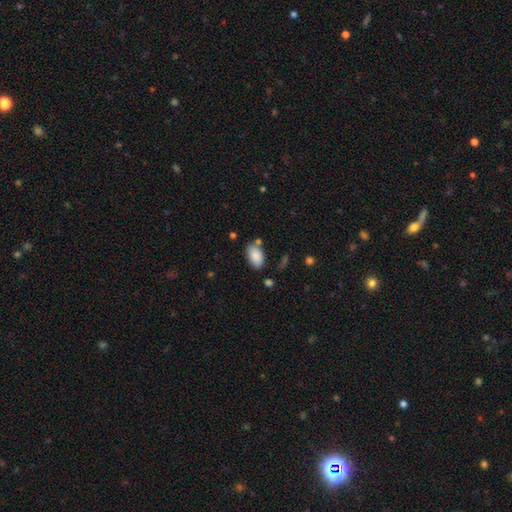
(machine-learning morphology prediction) Smooth or featured? smooth (88%)
How rounded? in between (94%)
Merging? none (75%)